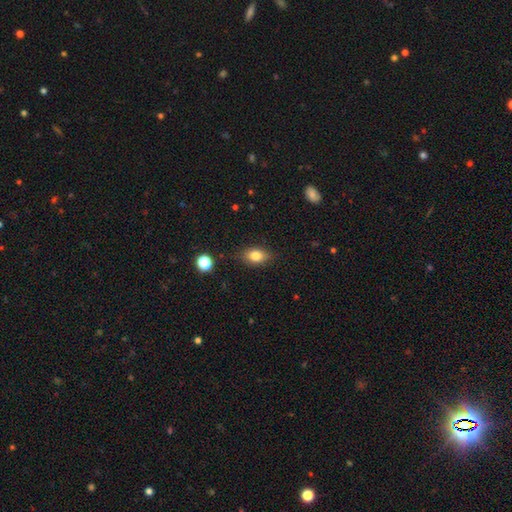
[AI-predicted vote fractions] smooth-or-featured: smooth: 79% | featured or disk: 10% | star or artifact: 10%
  how-rounded: in between: 78% | round: 19% | cigar-shaped: 3%
  merging: none: 83% | minor disturbance: 13% | major disturbance: 3% | merger: 1%